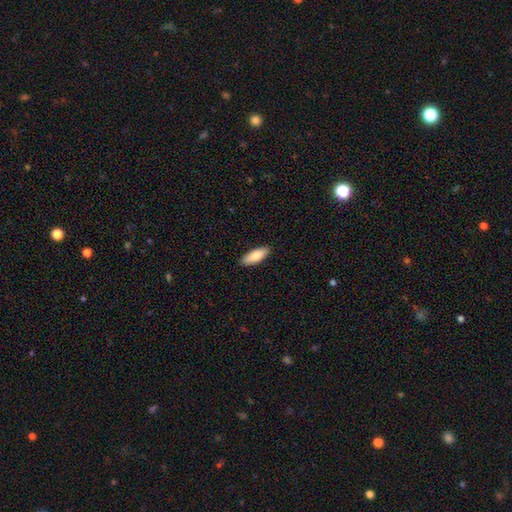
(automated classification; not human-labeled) A smooth galaxy with no disk features (81%) that is in between round and cigar-shaped (68%). Merging: none (90%).